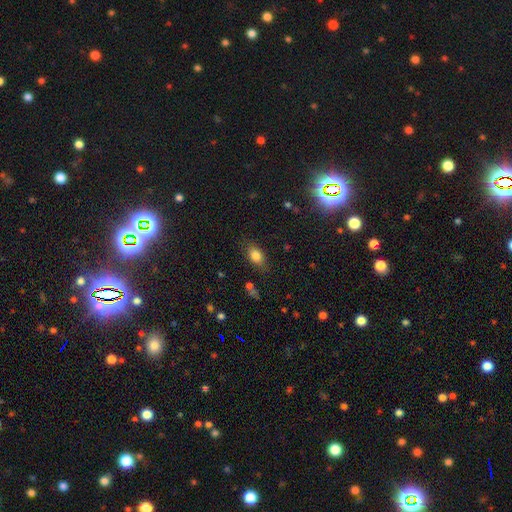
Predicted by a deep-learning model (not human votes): This appears to be a smooth galaxy with no disk features (80%) that is in between round and cigar-shaped (80%). Merging: none (80%).